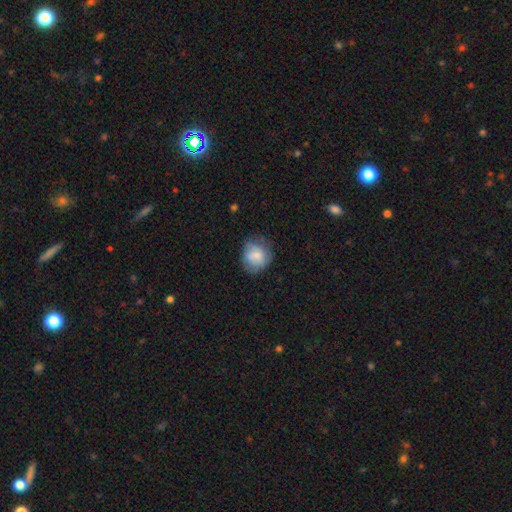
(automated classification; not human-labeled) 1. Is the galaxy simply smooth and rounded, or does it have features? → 71% smooth, 21% featured or disk, 8% star or artifact.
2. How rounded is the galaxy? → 76% round, 23% in between, 1% cigar-shaped.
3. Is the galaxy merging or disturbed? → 64% none, 25% minor disturbance, 10% major disturbance, 1% merger.